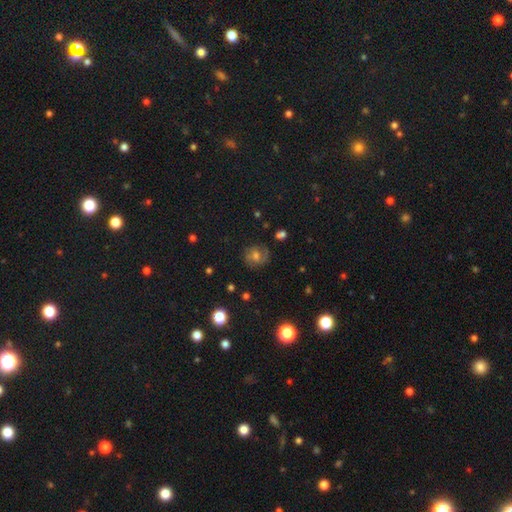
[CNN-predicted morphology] This is possibly a featured or disk galaxy (54%). It is clearly not viewed edge-on (97%). Bar: possibly weak (46%). Spiral arm pattern: clearly yes (86%). Central bulge: possibly moderate (56%). Merging: likely none (77%).